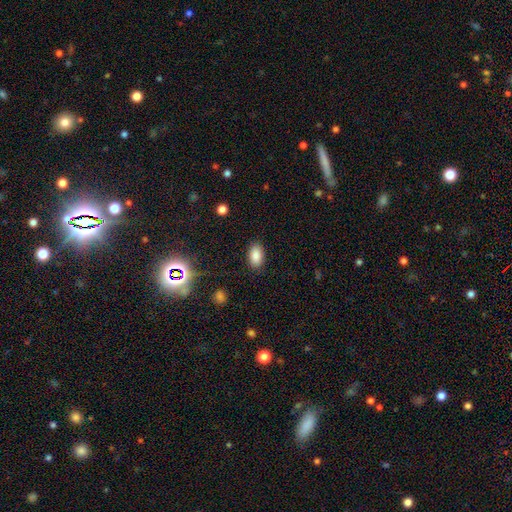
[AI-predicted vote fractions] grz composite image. It shows a smooth galaxy with no disk features (85%) that is in between round and cigar-shaped (92%). Merging: none (87%).